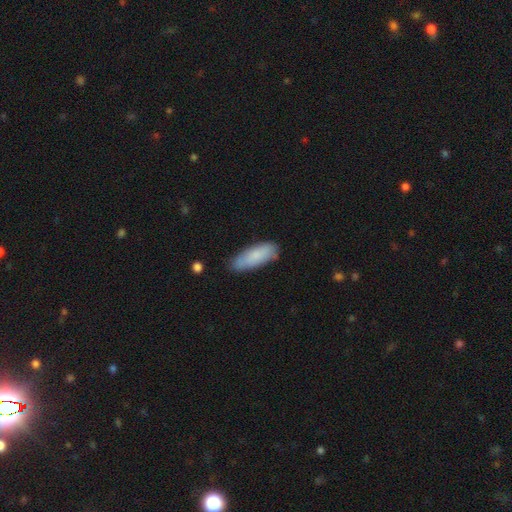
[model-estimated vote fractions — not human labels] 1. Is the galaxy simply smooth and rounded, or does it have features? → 82% smooth, 12% featured or disk, 6% star or artifact.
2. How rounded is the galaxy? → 62% in between, 36% cigar-shaped, 2% round.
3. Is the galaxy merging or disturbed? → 80% none, 16% minor disturbance, 3% major disturbance, 2% merger.